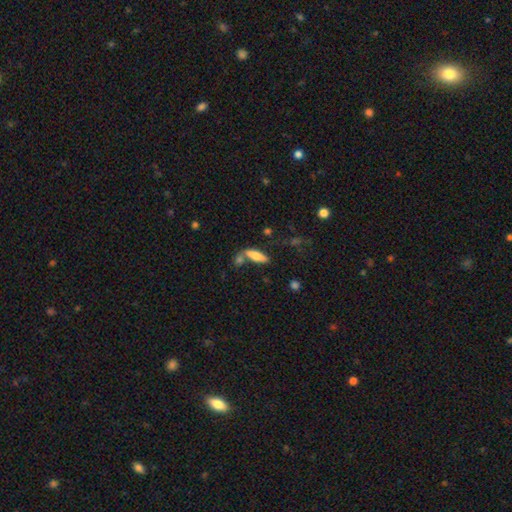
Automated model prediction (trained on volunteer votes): Smooth or featured?
  - smooth: 73% *
  - featured or disk: 19%
  - star or artifact: 8%
How rounded?
  - cigar-shaped: 50% *
  - in between: 48%
  - round: 2%
Merging?
  - none: 51% *
  - merger: 29%
  - minor disturbance: 14%
  - major disturbance: 6%